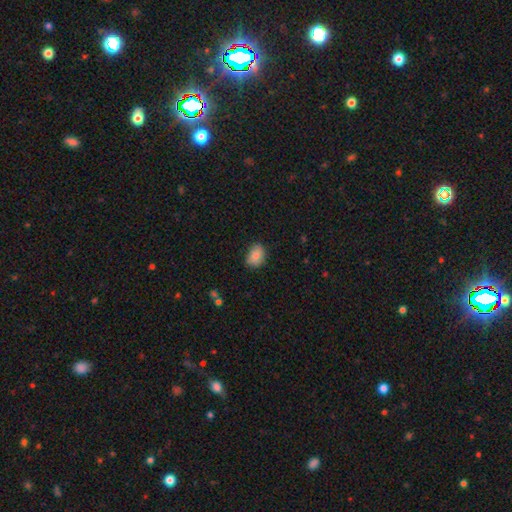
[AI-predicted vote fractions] This is clearly a smooth galaxy (82%). How rounded: likely in between (70%). Merging: likely none (77%).